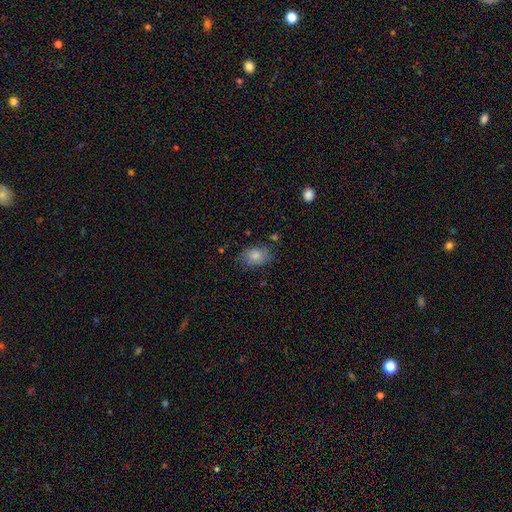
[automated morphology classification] This appears to be a smooth galaxy with no disk features (82%) that is in between round and cigar-shaped (81%). Merging: none (73%).